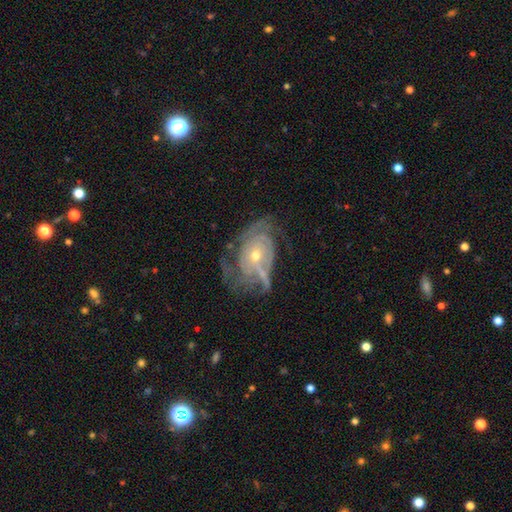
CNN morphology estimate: type=featured or disk (84%); edge-on=no (96%); bar=no (77%); spiral arms=yes (89%); winding=tight (55%); arm count=can't tell (37%); bulge=small (53%); merging=none (52%).